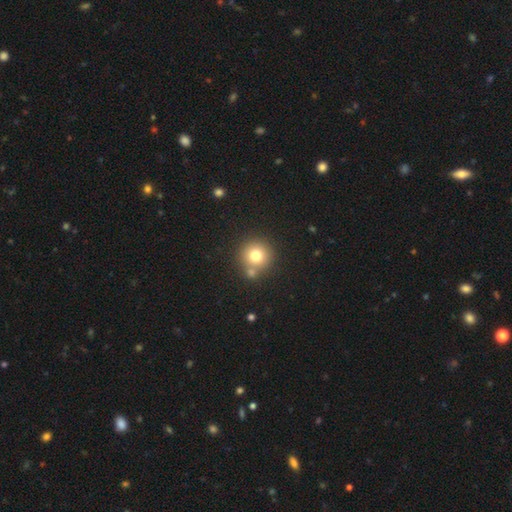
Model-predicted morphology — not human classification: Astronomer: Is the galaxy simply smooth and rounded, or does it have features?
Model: smooth — 76%.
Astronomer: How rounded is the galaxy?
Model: round — 93%.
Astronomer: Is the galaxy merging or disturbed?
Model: none — 71%.